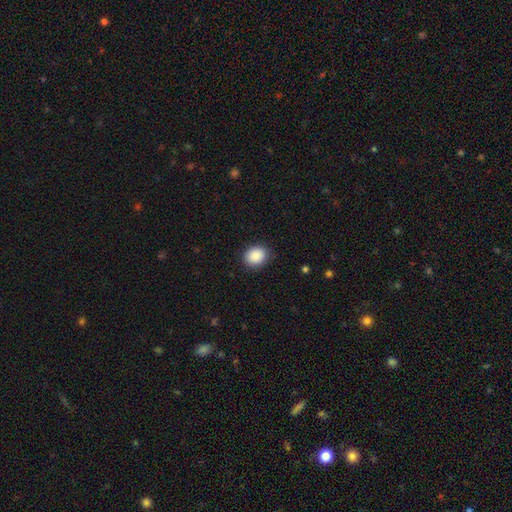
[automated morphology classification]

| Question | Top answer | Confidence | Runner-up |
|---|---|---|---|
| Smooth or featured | smooth | 89% | star or artifact (8%) |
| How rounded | round | 56% | in between (43%) |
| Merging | none | 86% | minor disturbance (10%) |